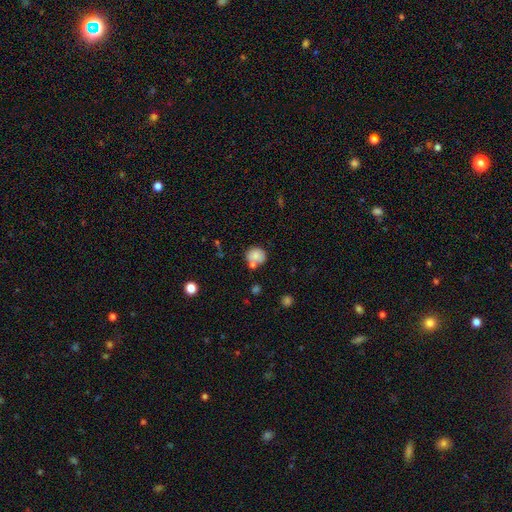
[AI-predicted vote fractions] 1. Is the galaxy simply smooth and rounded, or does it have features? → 80% smooth, 11% featured or disk, 9% star or artifact.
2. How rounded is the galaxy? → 82% round, 17% in between, 1% cigar-shaped.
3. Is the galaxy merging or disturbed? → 61% none, 19% merger, 16% minor disturbance, 5% major disturbance.